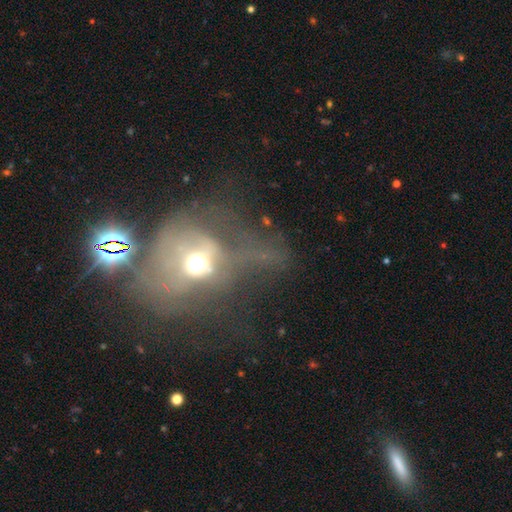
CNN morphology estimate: A featured or disk galaxy (48%).

Vote fractions:
- Smooth or featured? featured or disk: 48% / smooth: 26% / star or artifact: 26%
- Merging? major disturbance: 46% / none: 23% / minor disturbance: 16% / merger: 15%